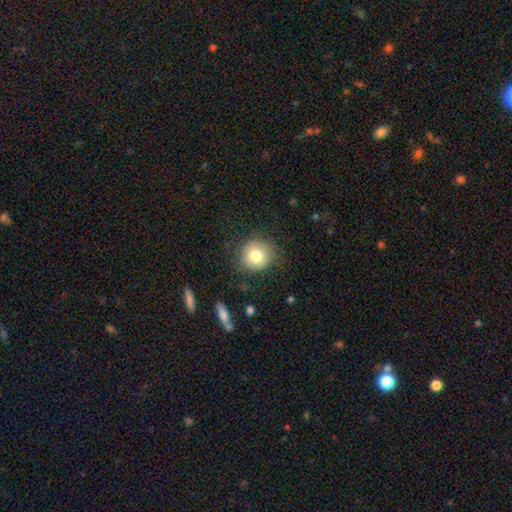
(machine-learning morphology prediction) Smooth or featured?
  - smooth: 80% *
  - featured or disk: 11%
  - star or artifact: 9%
How rounded?
  - round: 89% *
  - in between: 10%
  - cigar-shaped: 1%
Merging?
  - none: 82% *
  - minor disturbance: 12%
  - major disturbance: 4%
  - merger: 1%